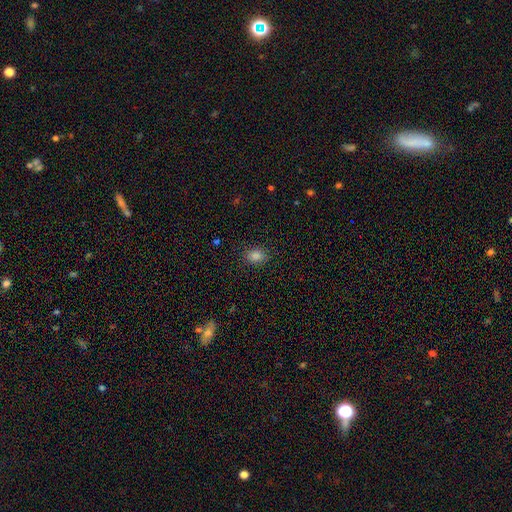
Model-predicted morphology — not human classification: smooth-or-featured: smooth: 83% | star or artifact: 13% | featured or disk: 4%
  how-rounded: in between: 51% | round: 47% | cigar-shaped: 1%
  merging: none: 88% | minor disturbance: 9% | major disturbance: 3% | merger: 1%